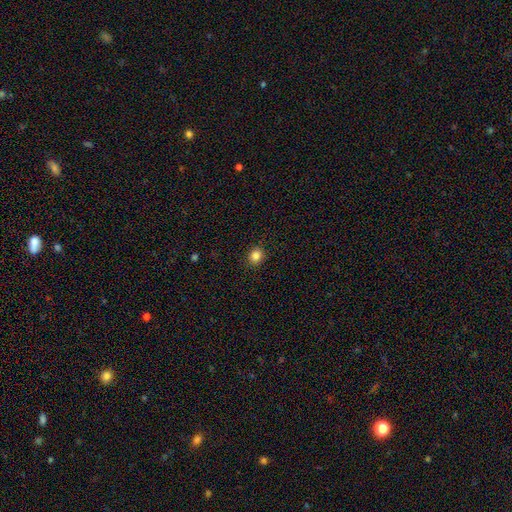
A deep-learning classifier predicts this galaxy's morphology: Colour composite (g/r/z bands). It shows a smooth galaxy with no disk features (84%) that is round (77%). Merging: none (90%).